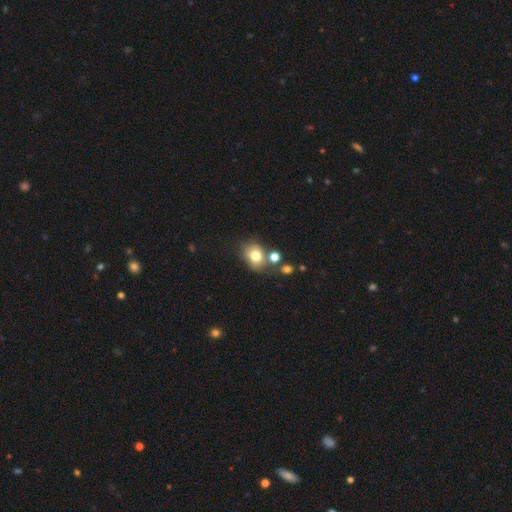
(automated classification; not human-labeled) smooth 76%, featured or disk 12%, star or artifact 12%. Down the decision tree: how rounded — round (55%); merging — none (59%).